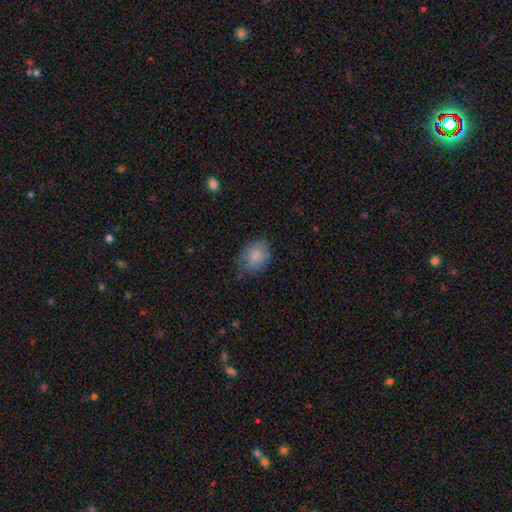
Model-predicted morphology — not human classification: smooth-or-featured: smooth: 83% | featured or disk: 10% | star or artifact: 7%
  how-rounded: in between: 67% | round: 32% | cigar-shaped: 1%
  merging: none: 61% | minor disturbance: 30% | major disturbance: 8% | merger: 1%